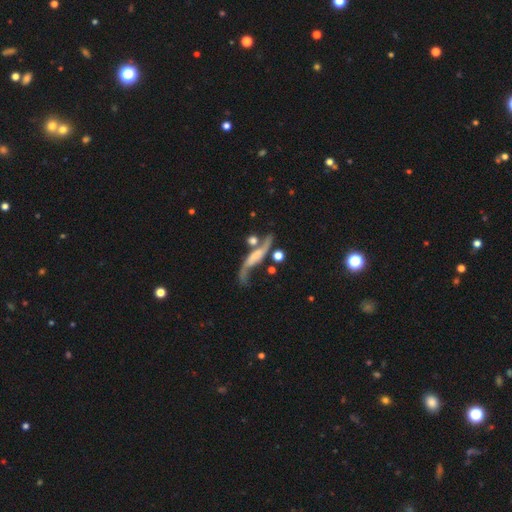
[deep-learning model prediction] Overall: featured or disk (79%). Edge-on disk: no (80%). Bar: no (47%; weak 30%). Spiral arms: yes (91%). Spiral arm count: 2 (90%). Spiral winding: loose (88%). Bulge size: none (49%; small 26%). Merging: none (48%; merger 19%).